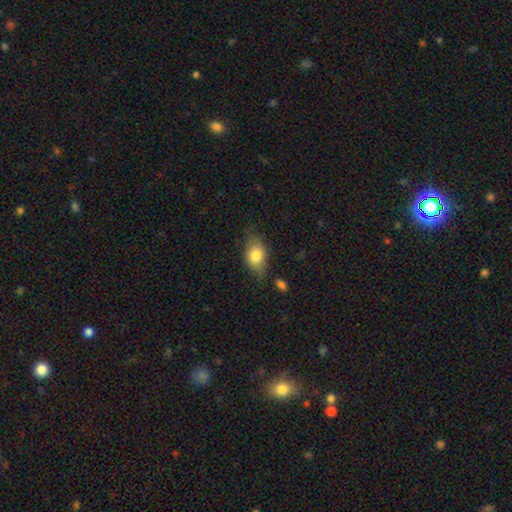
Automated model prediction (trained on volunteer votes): smooth_or_featured: smooth (p=0.79) [alt: featured or disk p=0.14]
how_rounded: in between (p=0.84) [alt: round p=0.12]
merging: none (p=0.69) [alt: minor disturbance p=0.23]